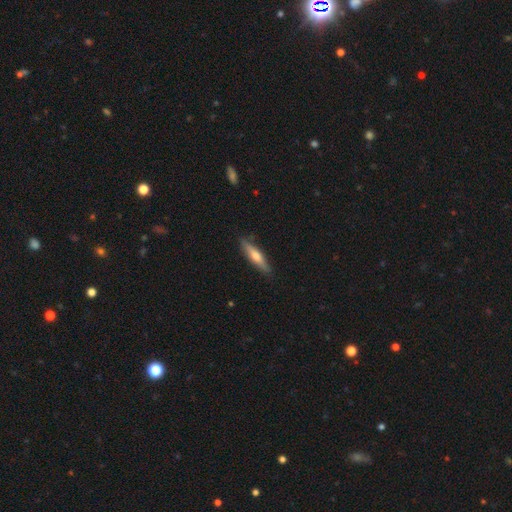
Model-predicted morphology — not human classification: smooth 51%, featured or disk 43%, star or artifact 6%. Down the decision tree: how rounded — cigar-shaped (82%); merging — none (86%).